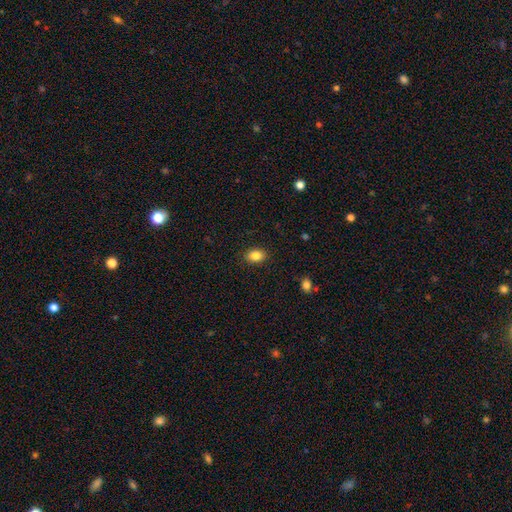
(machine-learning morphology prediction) Smooth or featured: smooth — 86% (star or artifact — 9%)
How rounded: in between — 79% (round — 20%)
Merging: none — 88% (minor disturbance — 9%)